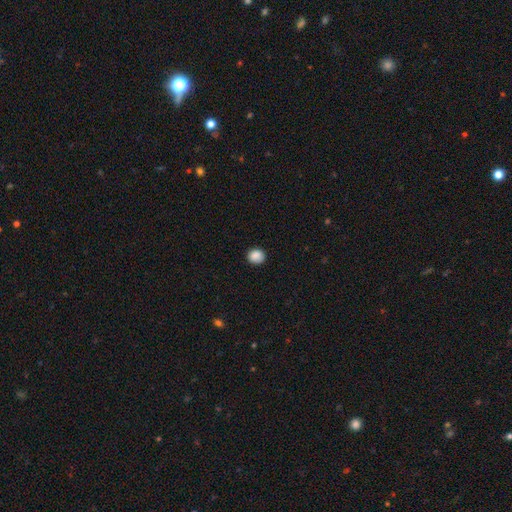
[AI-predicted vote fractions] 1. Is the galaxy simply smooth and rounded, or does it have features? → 88% smooth, 9% star or artifact, 3% featured or disk.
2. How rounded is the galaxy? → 76% round, 23% in between, 1% cigar-shaped.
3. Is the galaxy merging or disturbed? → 87% none, 9% minor disturbance, 2% major disturbance, 1% merger.